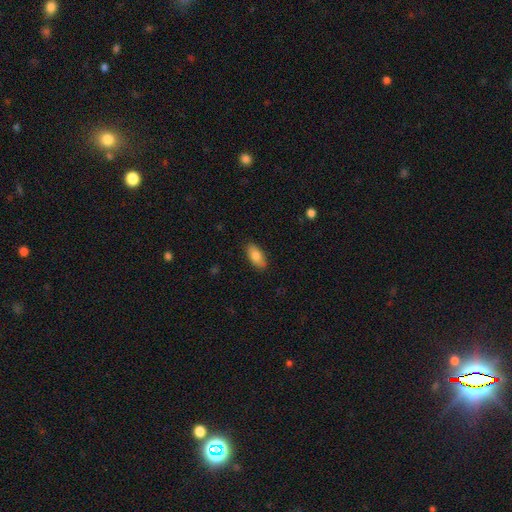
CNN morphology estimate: Smooth or featured? Predicted: smooth (p=0.83). How rounded? Predicted: in between (p=0.87). Merging? Predicted: none (p=0.87).